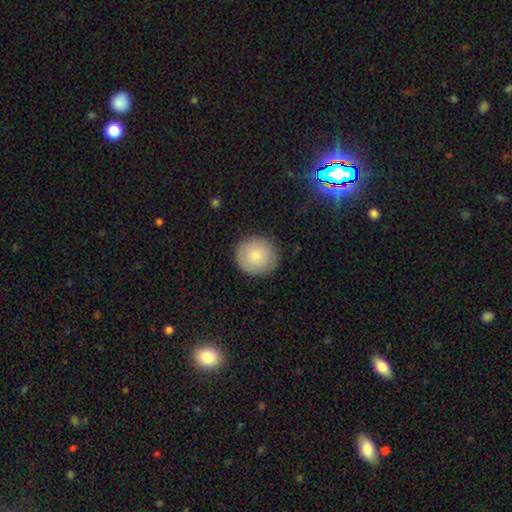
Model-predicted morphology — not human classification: smooth_or_featured: smooth (p=0.80) [alt: featured or disk p=0.14]
how_rounded: round (p=0.92) [alt: in between p=0.07]
merging: none (p=0.87) [alt: minor disturbance p=0.09]